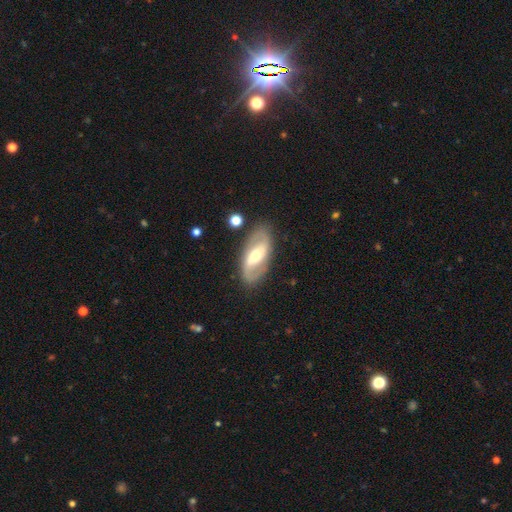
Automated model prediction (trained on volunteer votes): Q: Smooth or featured?
A: featured or disk (78%); runner-up: smooth (17%)
Q: Edge-on disk?
A: no (93%); runner-up: yes (7%)
Q: Bar?
A: strong (41%); runner-up: weak (37%)
Q: Spiral arms?
A: yes (87%); runner-up: no (13%)
Q: Spiral winding?
A: medium (41%); tied with: loose (41%)
Q: Spiral arm count?
A: 2 (90%); runner-up: can't tell (5%)
Q: Bulge size?
A: moderate (62%); runner-up: small (29%)
Q: Merging?
A: none (84%); runner-up: minor disturbance (11%)